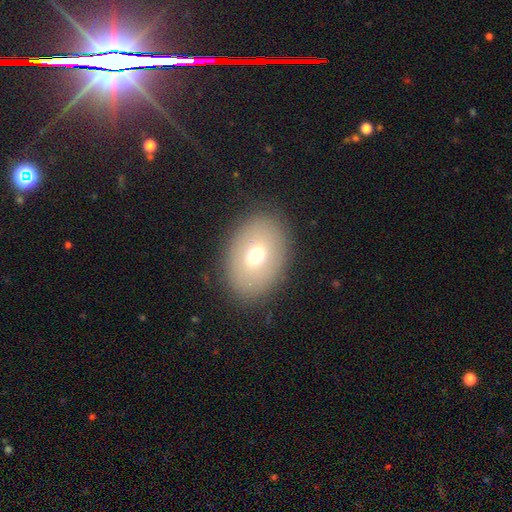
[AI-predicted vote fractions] Q: Smooth or featured?
A: smooth (66%); runner-up: featured or disk (24%)
Q: How rounded?
A: in between (73%); runner-up: round (26%)
Q: Merging?
A: none (86%); runner-up: minor disturbance (9%)